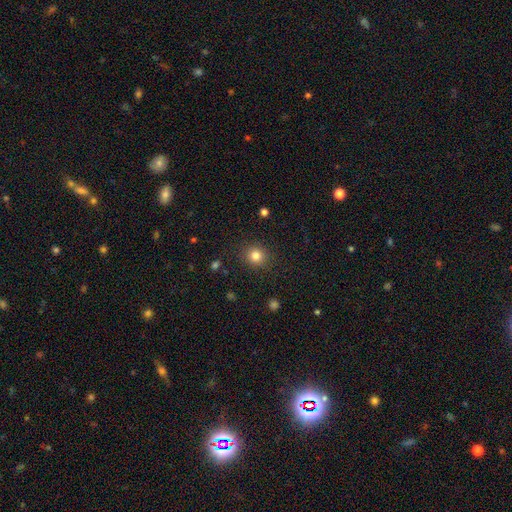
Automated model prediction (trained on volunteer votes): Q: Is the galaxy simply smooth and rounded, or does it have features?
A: smooth — 82%.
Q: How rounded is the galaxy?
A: round — 87%.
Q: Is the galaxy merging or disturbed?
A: none — 89%.